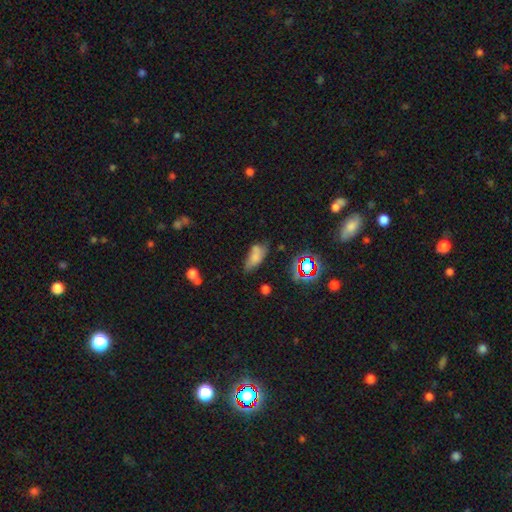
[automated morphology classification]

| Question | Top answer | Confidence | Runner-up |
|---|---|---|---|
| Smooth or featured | smooth | 65% | featured or disk (18%) |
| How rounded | in between | 84% | cigar-shaped (11%) |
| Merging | none | 44% | minor disturbance (35%) |